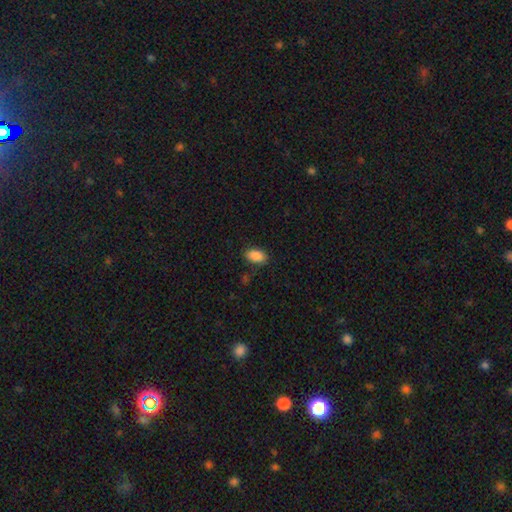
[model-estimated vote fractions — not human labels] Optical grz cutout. It shows a smooth galaxy with no disk features (88%) that is in between round and cigar-shaped (93%). Merging: none (85%).